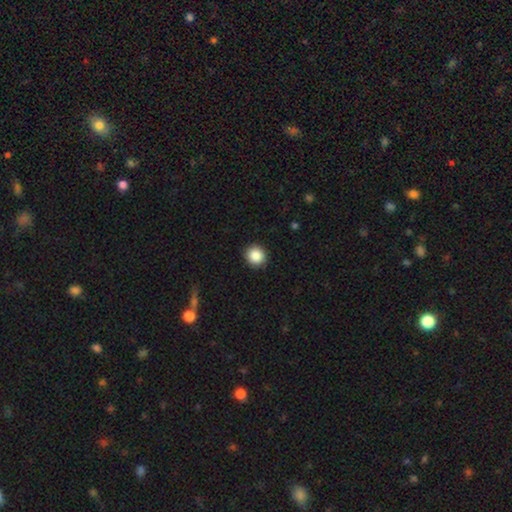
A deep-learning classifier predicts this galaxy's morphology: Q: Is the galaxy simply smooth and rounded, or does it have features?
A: smooth — 88%.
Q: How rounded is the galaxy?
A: round — 92%.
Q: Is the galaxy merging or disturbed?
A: none — 92%.